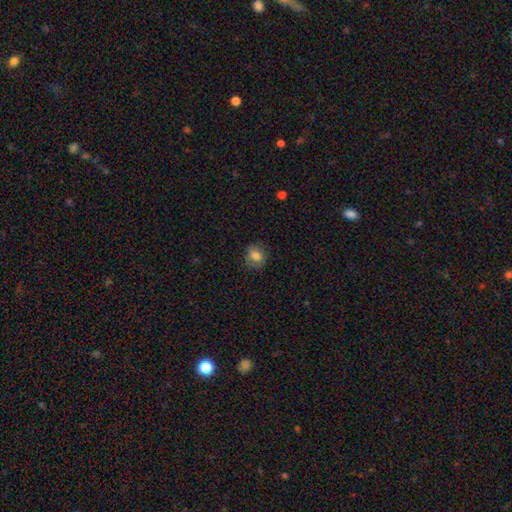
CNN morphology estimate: Smooth or featured? smooth (73%)
How rounded? round (57%)
Merging? none (78%)